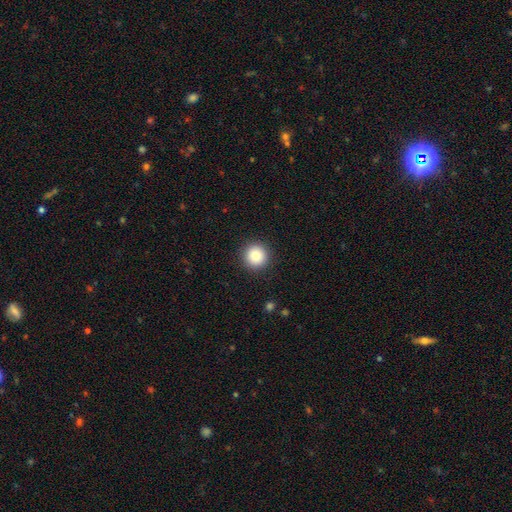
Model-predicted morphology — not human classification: This appears to be a smooth galaxy with no disk features (84%) that is round (95%). Merging: none (92%).